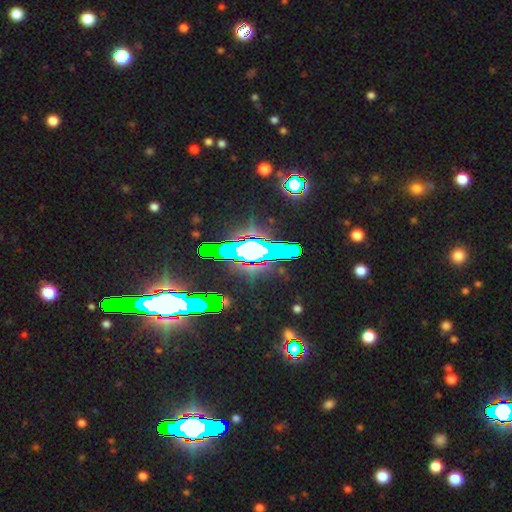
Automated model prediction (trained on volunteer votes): smooth-or-featured: star or artifact: 63% | featured or disk: 23% | smooth: 15%